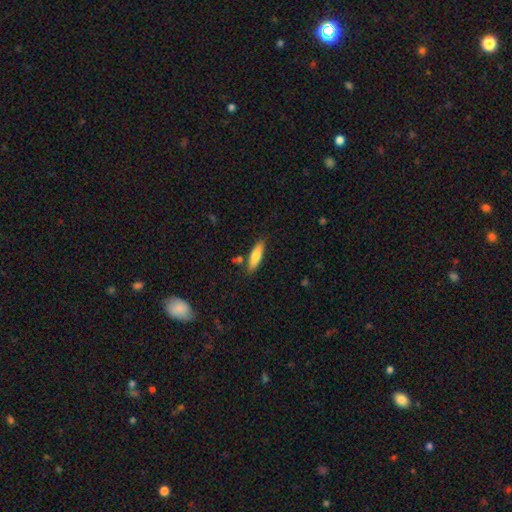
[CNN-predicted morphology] A smooth galaxy with no disk features (78%) that is cigar-shaped (64%). Merging: none (81%).